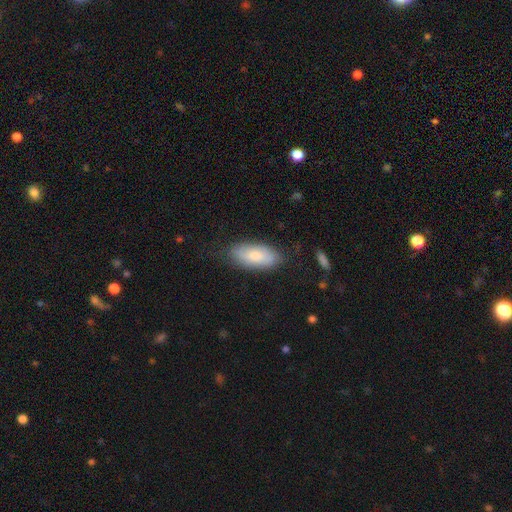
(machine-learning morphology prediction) type=smooth (74%); roundness=in between (88%); merging=none (76%).